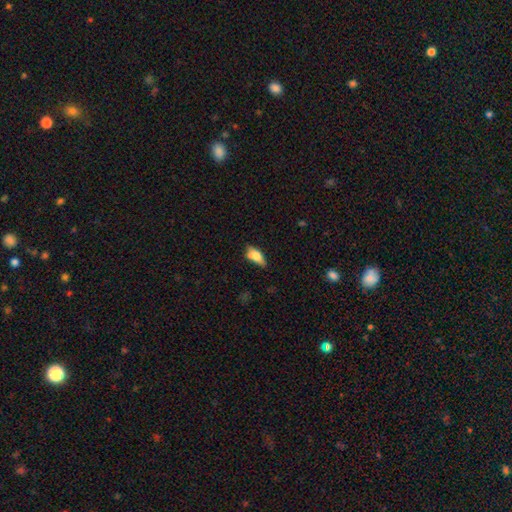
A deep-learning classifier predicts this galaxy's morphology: smooth-or-featured: smooth: 74% | featured or disk: 18% | star or artifact: 8%
  how-rounded: in between: 83% | cigar-shaped: 13% | round: 4%
  merging: none: 56% | minor disturbance: 32% | major disturbance: 9% | merger: 3%